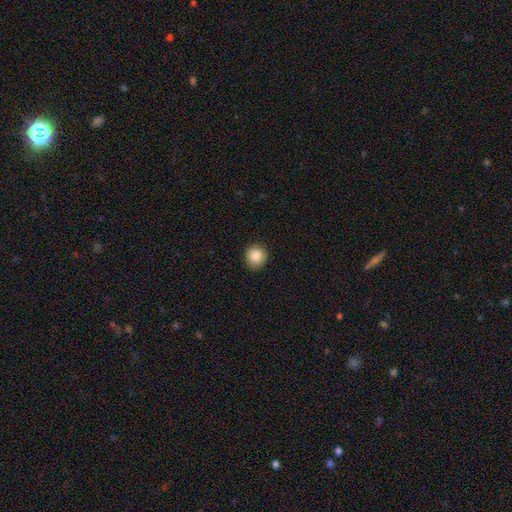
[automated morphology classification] Overall: smooth (88%). How rounded: round (90%). Merging: none (90%).